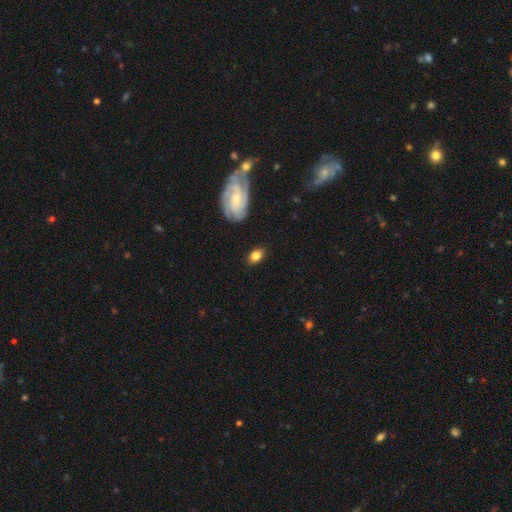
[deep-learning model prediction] The model was most divided on "smooth or featured": smooth: 71%, featured or disk: 21%, star or artifact: 8%. More confident: how rounded — in between (83%); merging — none (83%).